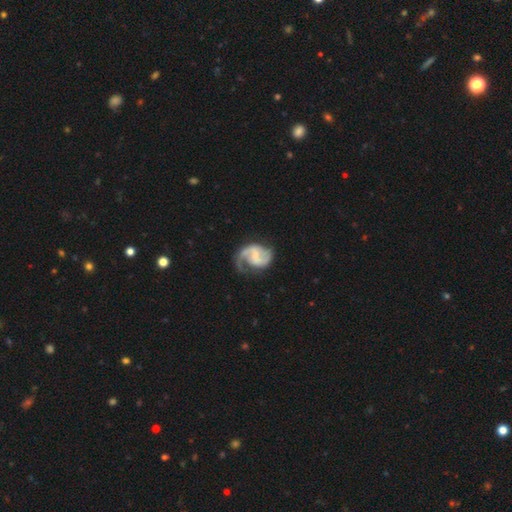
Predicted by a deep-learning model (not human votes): smooth-or-featured: featured or disk: 88% | smooth: 8% | star or artifact: 4%
  disk-edge-on: no: 98% | yes: 2%
    bar: weak: 55% | no: 25% | strong: 20%
    has-spiral-arms: yes: 96% | no: 4%
      spiral-winding: medium: 52% | loose: 31% | tight: 16%
      spiral-arm-count: 2: 77% | 1: 17% | can't tell: 3% | 3: 1% | 4: 1% | more than 4: 1%
    bulge-size: small: 52% | moderate: 34% | none: 11% | large: 2% | dominant: 1%
  merging: none: 57% | minor disturbance: 23% | major disturbance: 18% | merger: 2%